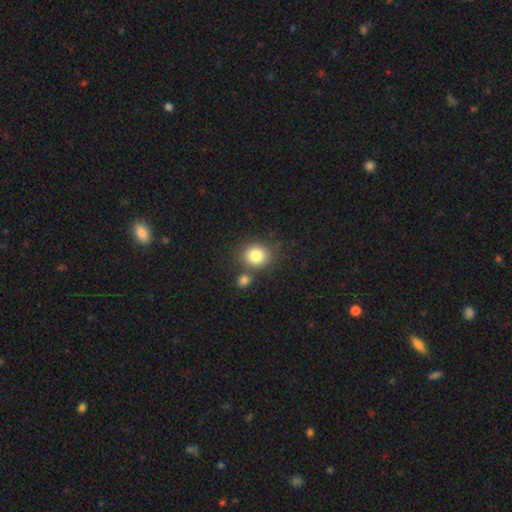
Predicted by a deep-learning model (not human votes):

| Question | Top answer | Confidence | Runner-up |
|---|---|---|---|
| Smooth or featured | smooth | 83% | star or artifact (10%) |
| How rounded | round | 77% | in between (22%) |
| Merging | none | 68% | merger (18%) |